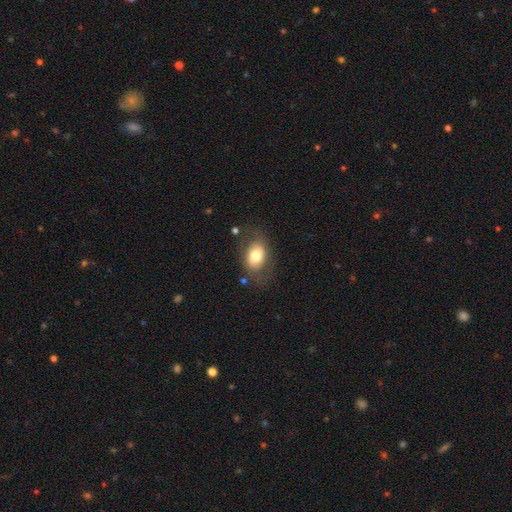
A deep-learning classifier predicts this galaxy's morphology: smooth 69%, featured or disk 24%, star or artifact 8%. Down the decision tree: how rounded — in between (79%); merging — none (68%).